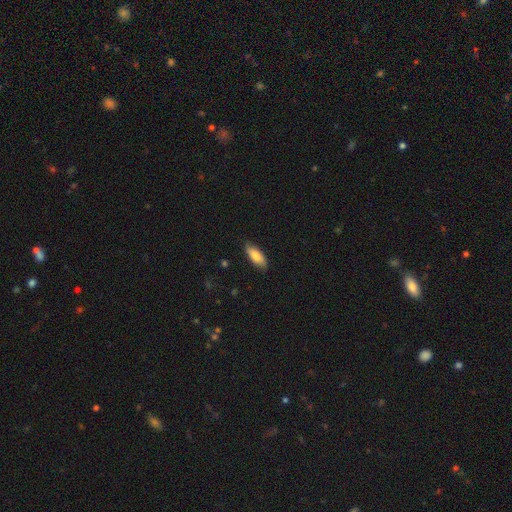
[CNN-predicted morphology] Smooth or featured: smooth — 79% (featured or disk — 15%)
How rounded: in between — 76% (cigar-shaped — 22%)
Merging: none — 84% (minor disturbance — 13%)